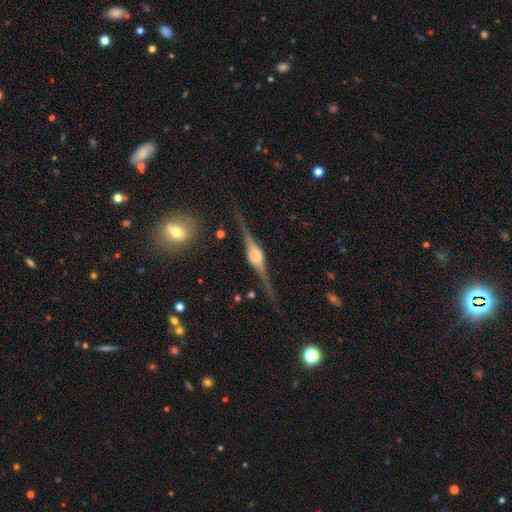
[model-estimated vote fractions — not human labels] This appears to be a featured or disk galaxy (88%) viewed edge-on (98%) with a rounded central bulge (82%). Merging: none (84%).